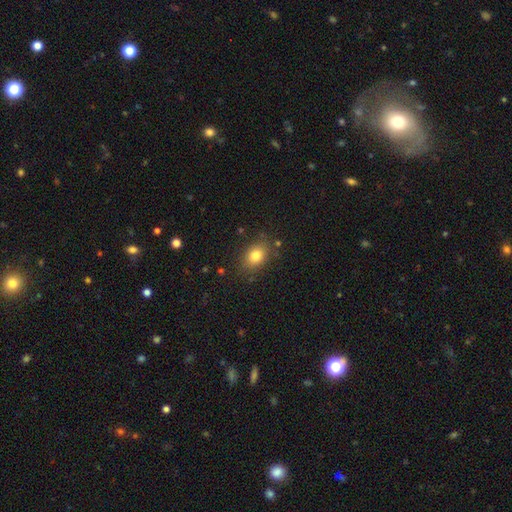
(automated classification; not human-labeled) The model was most divided on "how rounded": in between: 69%, round: 29%, cigar-shaped: 1%. More confident: merging — none (82%); smooth or featured — smooth (81%).